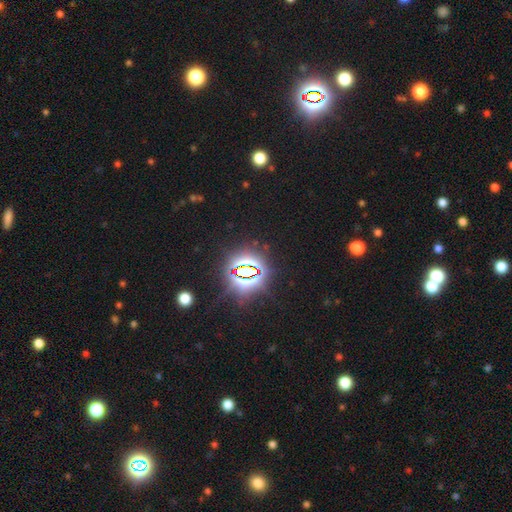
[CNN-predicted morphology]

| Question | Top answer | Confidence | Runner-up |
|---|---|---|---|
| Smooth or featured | star or artifact | 80% | smooth (13%) |